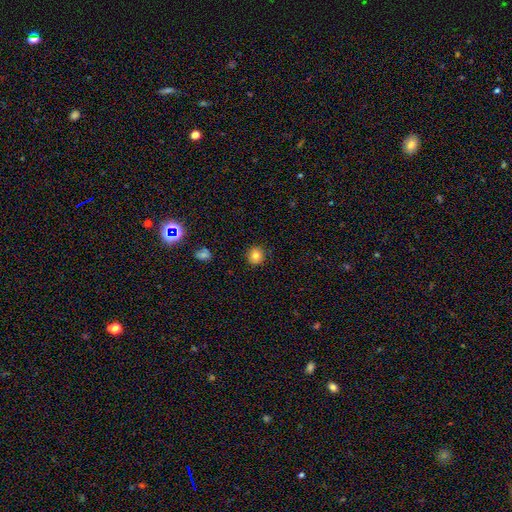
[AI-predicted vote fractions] smooth_or_featured: smooth (p=0.81) [alt: star or artifact p=0.11]
how_rounded: round (p=0.93) [alt: in between p=0.07]
merging: none (p=0.91) [alt: minor disturbance p=0.06]